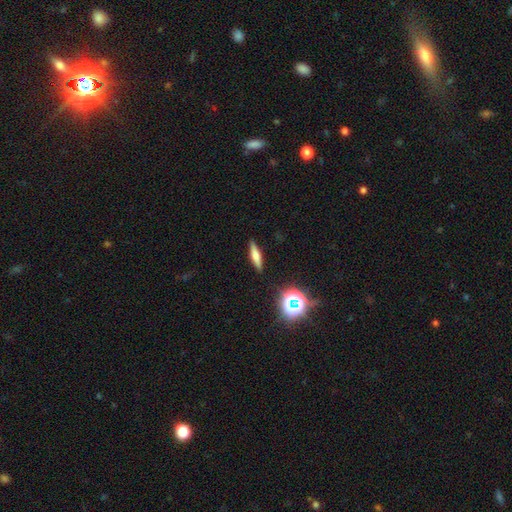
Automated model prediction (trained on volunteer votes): Q: Smooth or featured?
A: smooth (54%); runner-up: featured or disk (34%)
Q: How rounded?
A: cigar-shaped (74%); runner-up: in between (22%)
Q: Merging?
A: none (89%); runner-up: minor disturbance (8%)